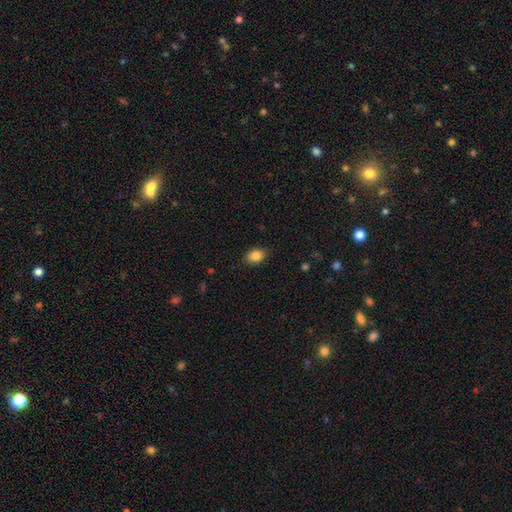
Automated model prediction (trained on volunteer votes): A smooth galaxy with no disk features (86%) that is in between round and cigar-shaped (77%).

Vote fractions:
- Smooth or featured? smooth: 86% / star or artifact: 9% / featured or disk: 5%
- How rounded? in between: 77% / round: 22% / cigar-shaped: 1%
- Merging? none: 87% / minor disturbance: 10% / major disturbance: 2% / merger: 1%